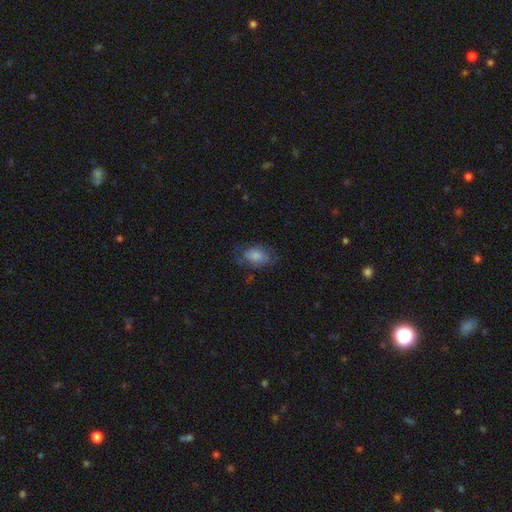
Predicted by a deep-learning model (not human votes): Smooth or featured: smooth — 69% (featured or disk — 23%)
How rounded: in between — 87% (round — 12%)
Merging: none — 59% (minor disturbance — 26%)